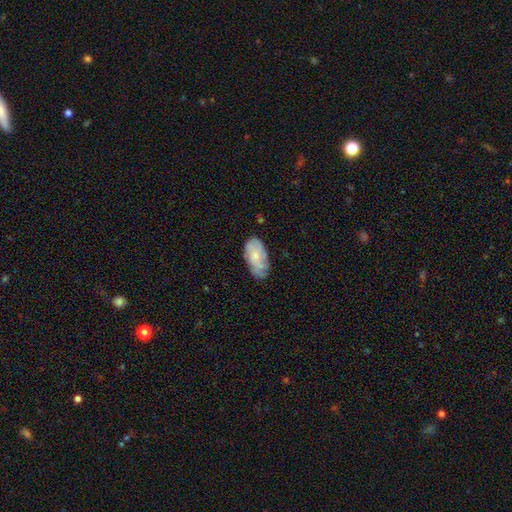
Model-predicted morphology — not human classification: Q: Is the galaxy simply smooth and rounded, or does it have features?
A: smooth — 50%.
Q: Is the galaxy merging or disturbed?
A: none — 63%.